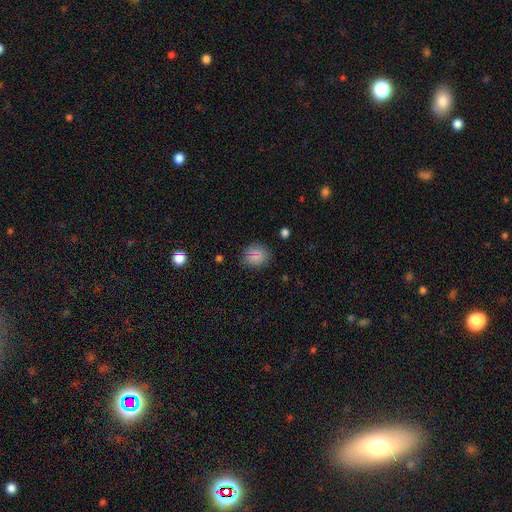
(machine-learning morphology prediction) Q: Smooth or featured?
A: smooth (81%); runner-up: star or artifact (12%)
Q: How rounded?
A: round (60%); runner-up: in between (38%)
Q: Merging?
A: none (80%); runner-up: minor disturbance (15%)